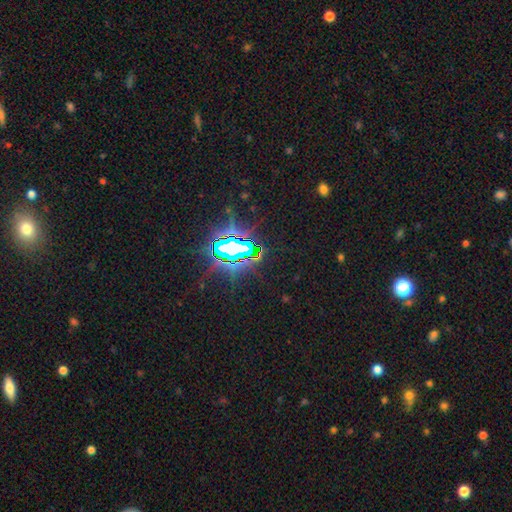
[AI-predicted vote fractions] The model was most divided on "smooth or featured": star or artifact: 82%, smooth: 9%, featured or disk: 9%.